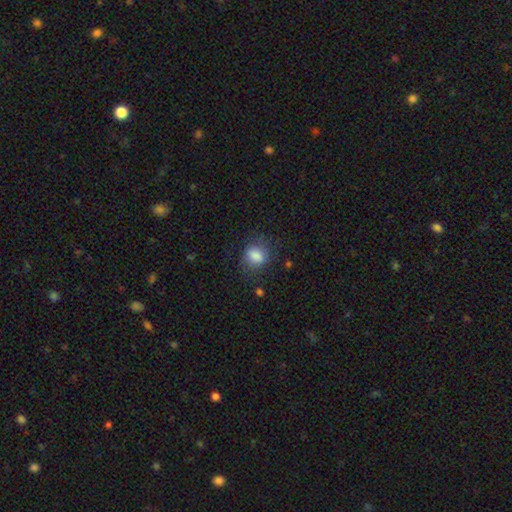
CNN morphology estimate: Overall: smooth (81%). How rounded: in between (56%; round 42%). Merging: none (64%).